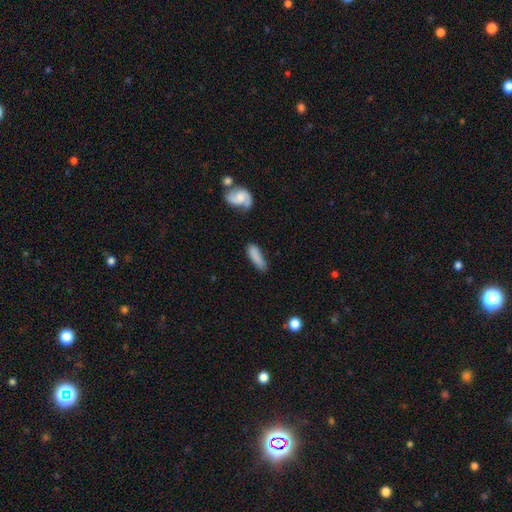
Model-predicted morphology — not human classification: The model was most divided on "how rounded": cigar-shaped: 55%, in between: 43%, round: 2%. More confident: smooth or featured — smooth (79%); merging — none (57%).